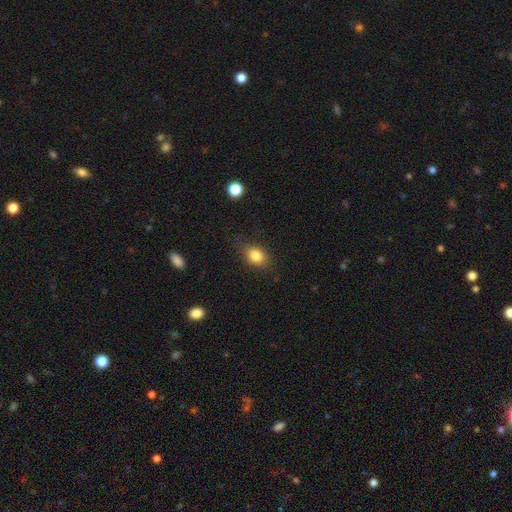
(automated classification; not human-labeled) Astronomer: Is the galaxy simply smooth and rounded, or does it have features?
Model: smooth — 83%.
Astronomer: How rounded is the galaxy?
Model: in between — 61% (runner-up: round, 37%).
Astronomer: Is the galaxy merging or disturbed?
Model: none — 76%.